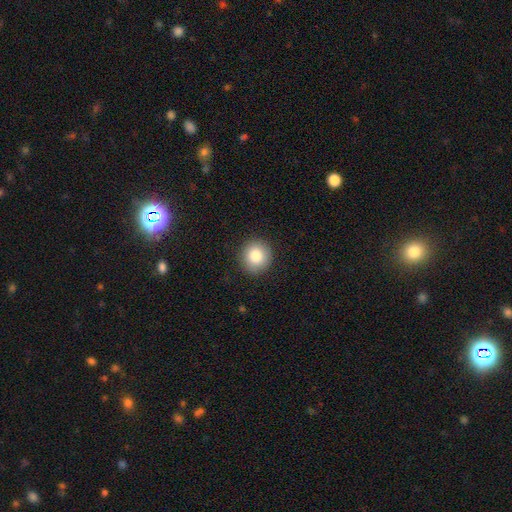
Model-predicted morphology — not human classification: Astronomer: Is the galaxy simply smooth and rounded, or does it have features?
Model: smooth — 83%.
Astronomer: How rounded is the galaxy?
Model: round — 91%.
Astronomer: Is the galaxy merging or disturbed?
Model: none — 91%.